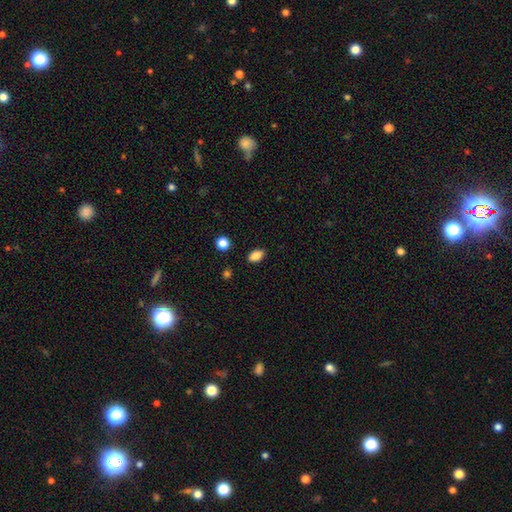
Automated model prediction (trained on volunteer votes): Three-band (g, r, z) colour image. It shows a smooth galaxy with no disk features (85%) that is in between round and cigar-shaped (88%). Merging: none (87%).